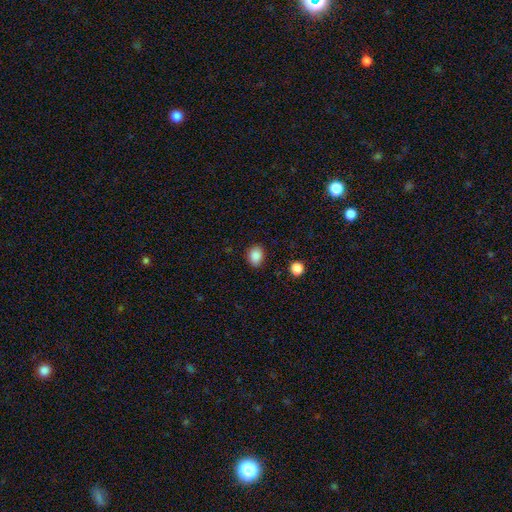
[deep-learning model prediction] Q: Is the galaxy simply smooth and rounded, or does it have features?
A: smooth — 88%.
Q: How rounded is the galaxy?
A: in between — 59%.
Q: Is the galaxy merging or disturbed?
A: none — 85%.